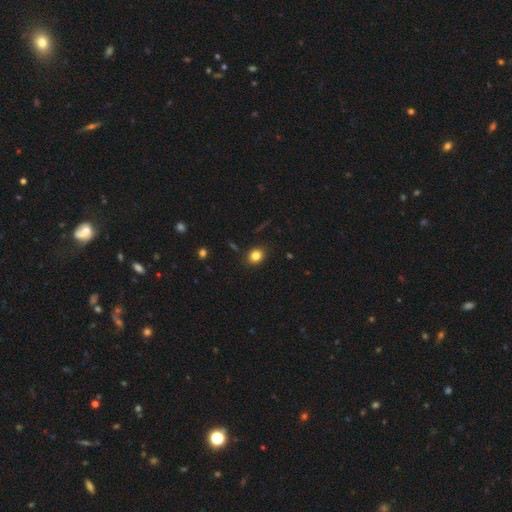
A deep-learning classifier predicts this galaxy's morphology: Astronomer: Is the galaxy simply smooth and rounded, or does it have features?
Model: smooth — 82%.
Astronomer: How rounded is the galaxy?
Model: round — 66%.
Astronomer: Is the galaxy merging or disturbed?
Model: none — 88%.